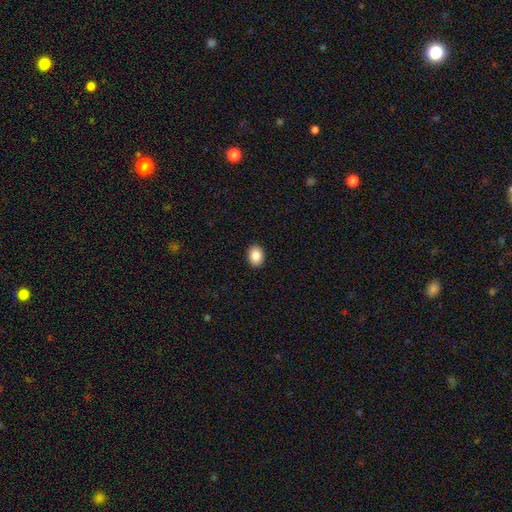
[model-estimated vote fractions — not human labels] This appears to be a smooth galaxy with no disk features (86%) that is in between round and cigar-shaped (62%). Merging: none (92%).